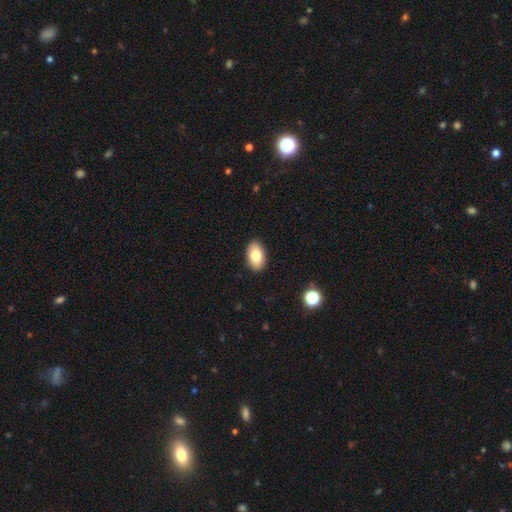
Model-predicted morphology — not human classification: Overall: smooth (79%). How rounded: in between (92%). Merging: none (90%).